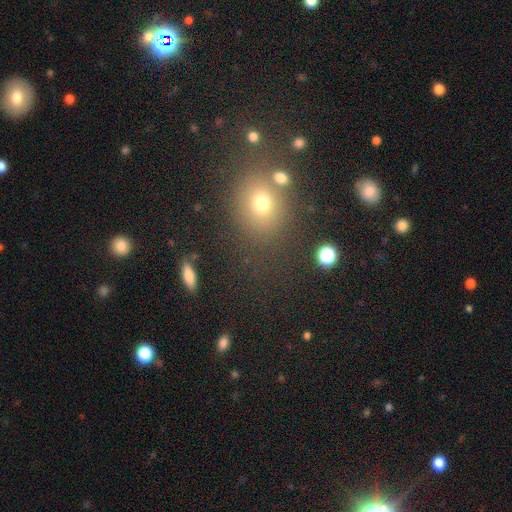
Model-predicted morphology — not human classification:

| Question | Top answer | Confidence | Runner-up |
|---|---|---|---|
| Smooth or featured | smooth | 54% | star or artifact (36%) |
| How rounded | round | 63% | in between (35%) |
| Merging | none | 81% | minor disturbance (10%) |